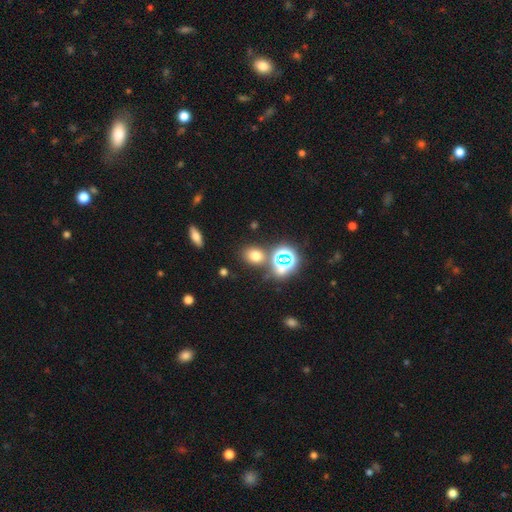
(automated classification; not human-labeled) This appears to be a smooth galaxy with no disk features (66%) that is round (60%). Merging: none (76%).